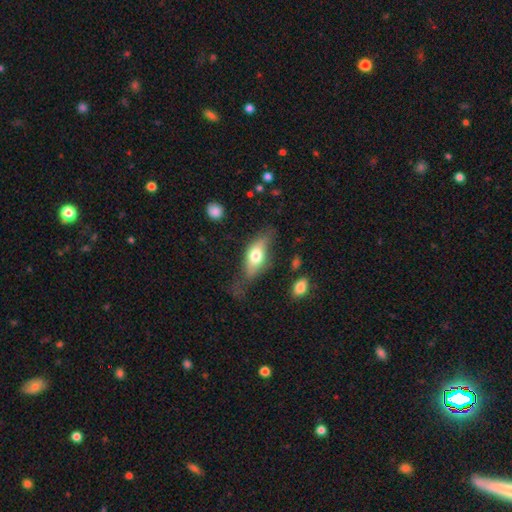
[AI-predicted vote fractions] This is likely a smooth galaxy (61%). How rounded: likely in between (77%). Merging: possibly none (50%).